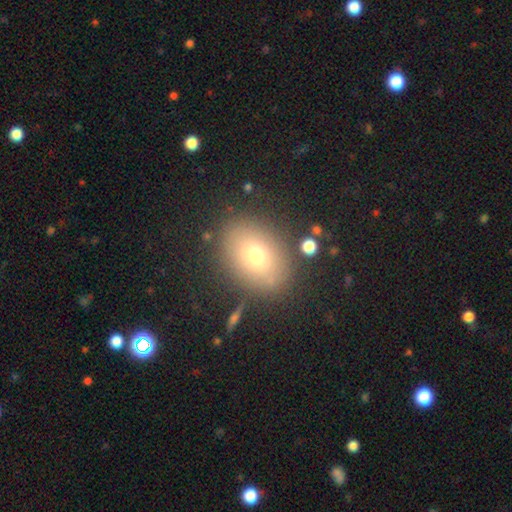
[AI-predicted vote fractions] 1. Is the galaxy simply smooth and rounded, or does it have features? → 70% smooth, 16% featured or disk, 14% star or artifact.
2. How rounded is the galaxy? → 64% in between, 35% round, 1% cigar-shaped.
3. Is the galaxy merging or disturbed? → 83% none, 10% minor disturbance, 4% major disturbance, 3% merger.